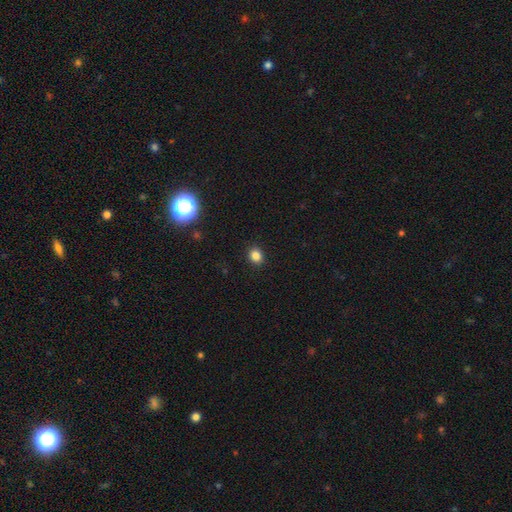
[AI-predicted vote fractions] smooth 83%, star or artifact 13%, featured or disk 4%. Down the decision tree: how rounded — round (69%); merging — none (91%).